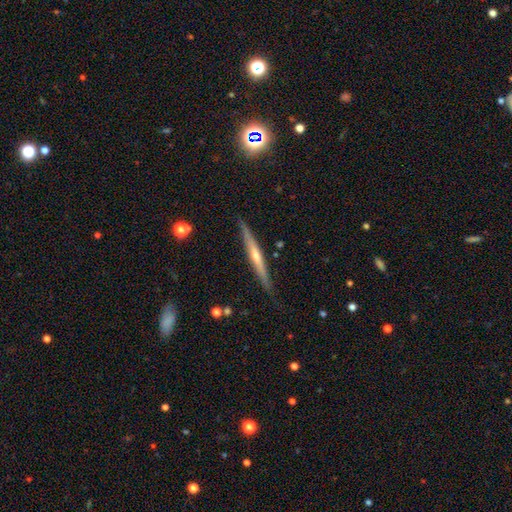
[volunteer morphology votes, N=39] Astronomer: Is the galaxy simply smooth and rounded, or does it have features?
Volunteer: featured or disk — 74%.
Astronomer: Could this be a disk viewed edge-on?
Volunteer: yes — 90%.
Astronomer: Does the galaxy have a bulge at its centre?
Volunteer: rounded — 58%.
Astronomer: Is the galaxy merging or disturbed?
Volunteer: none — 80%.